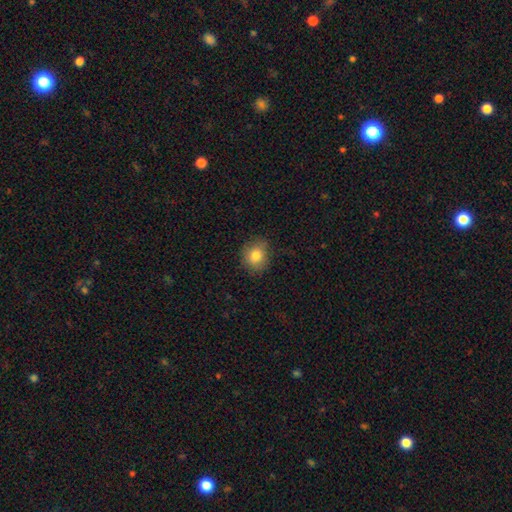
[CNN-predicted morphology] A smooth galaxy with no disk features (81%) that is round (69%). Merging: none (77%).